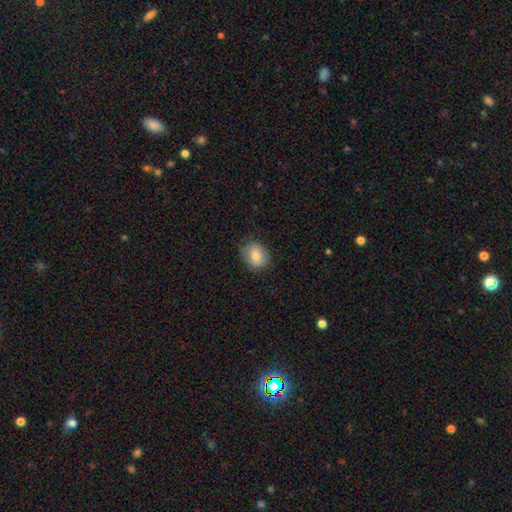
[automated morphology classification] type=smooth (80%); roundness=round (51%); merging=none (77%).